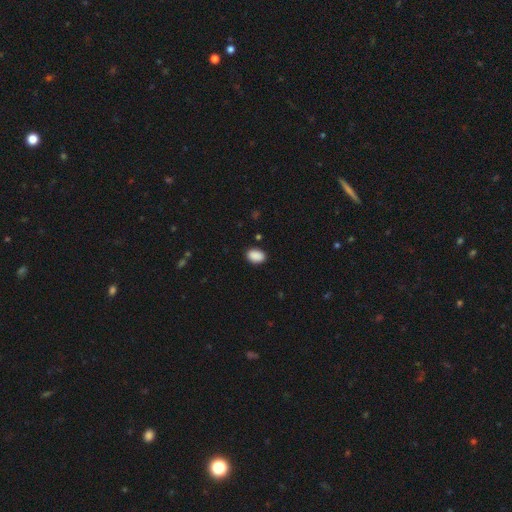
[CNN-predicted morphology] A smooth galaxy with no disk features (90%) that is in between round and cigar-shaped (84%).

Vote fractions:
- Smooth or featured? smooth: 90% / star or artifact: 8% / featured or disk: 3%
- How rounded? in between: 84% / round: 15% / cigar-shaped: 1%
- Merging? none: 88% / minor disturbance: 9% / major disturbance: 2% / merger: 1%